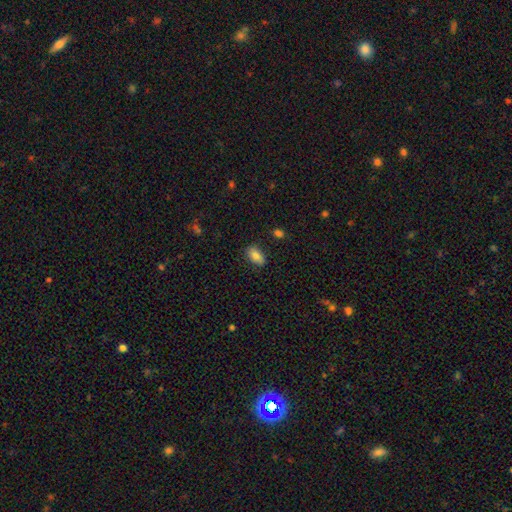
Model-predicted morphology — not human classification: Q: Smooth or featured?
A: smooth (81%); runner-up: featured or disk (11%)
Q: How rounded?
A: in between (89%); runner-up: cigar-shaped (5%)
Q: Merging?
A: none (81%); runner-up: minor disturbance (14%)